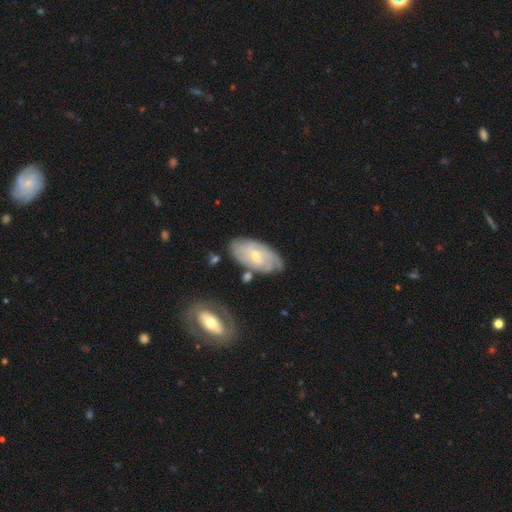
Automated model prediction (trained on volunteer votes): This is likely a featured or disk galaxy (70%). It is clearly not viewed edge-on (93%). Bar: possibly no (47%). Spiral arm pattern: clearly yes (84%). Spiral arm count: possibly can't tell (50%). Spiral winding: likely tight (62%). Central bulge: possibly small (55%). Merging: likely none (70%).